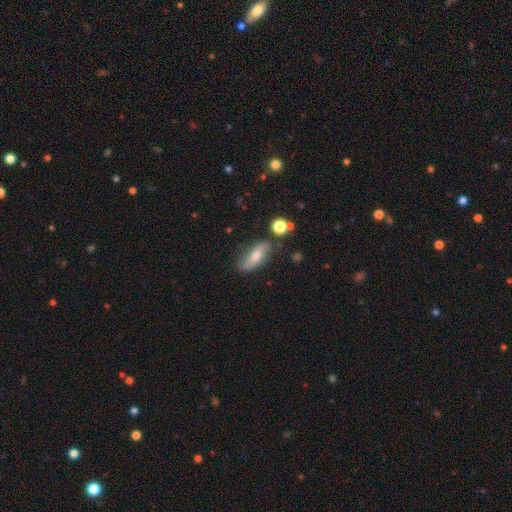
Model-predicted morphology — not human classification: This appears to be a smooth galaxy with no disk features (52%) that is in between round and cigar-shaped (66%). Merging: none (74%).